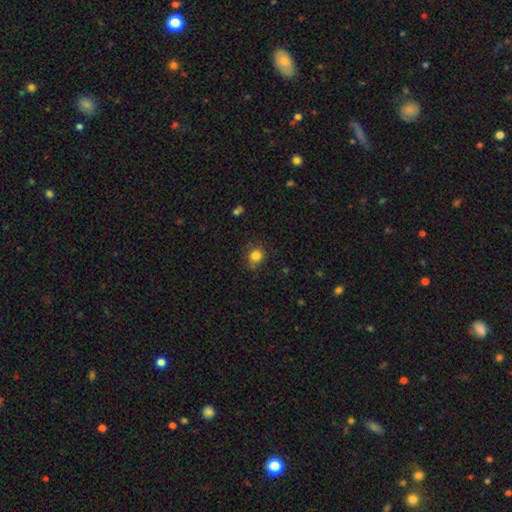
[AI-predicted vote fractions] smooth_or_featured: smooth (p=0.83) [alt: star or artifact p=0.12]
how_rounded: round (p=0.86) [alt: in between p=0.13]
merging: none (p=0.79) [alt: minor disturbance p=0.15]